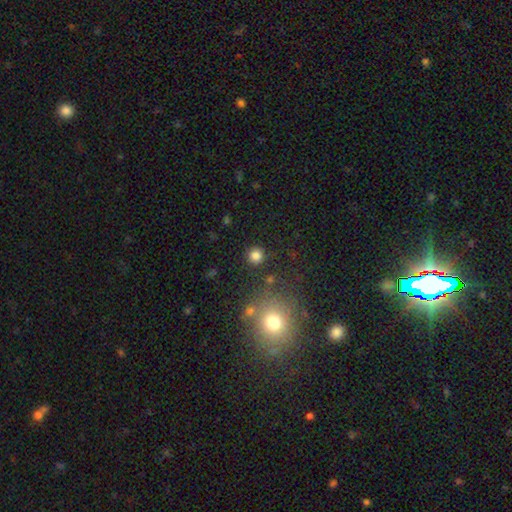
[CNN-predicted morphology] This is clearly a smooth galaxy (82%). How rounded: clearly round (95%). Merging: clearly none (88%).